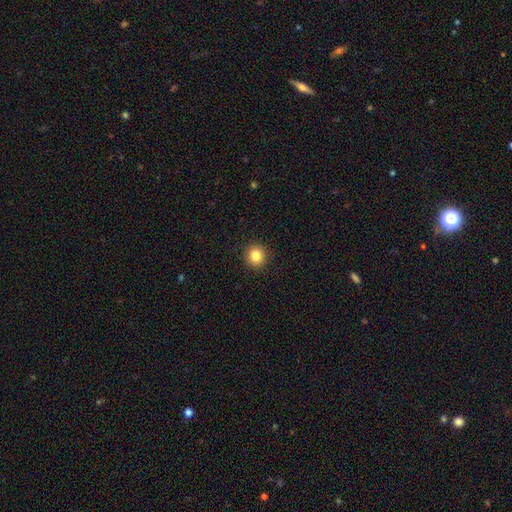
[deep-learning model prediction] smooth 84%, star or artifact 11%, featured or disk 6%. Down the decision tree: how rounded — round (91%); merging — none (92%).